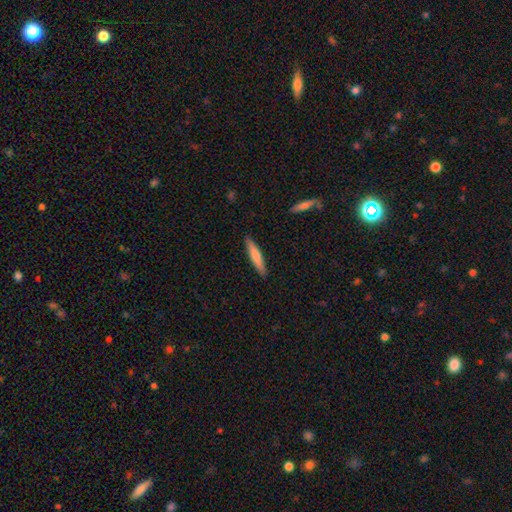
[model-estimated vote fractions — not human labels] The model was most divided on "smooth or featured": smooth: 73%, featured or disk: 22%, star or artifact: 5%. More confident: how rounded — cigar-shaped (90%); merging — none (90%).